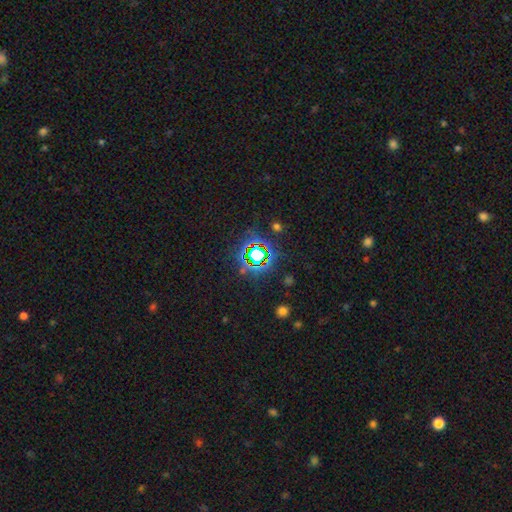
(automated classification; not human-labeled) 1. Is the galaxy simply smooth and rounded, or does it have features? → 74% star or artifact, 16% smooth, 10% featured or disk.